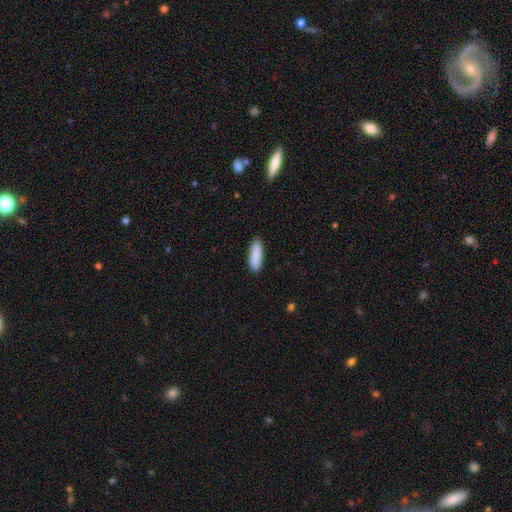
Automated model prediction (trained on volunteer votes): Morphology: type=smooth (89%); roundness=cigar-shaped (55%); merging=none (89%).